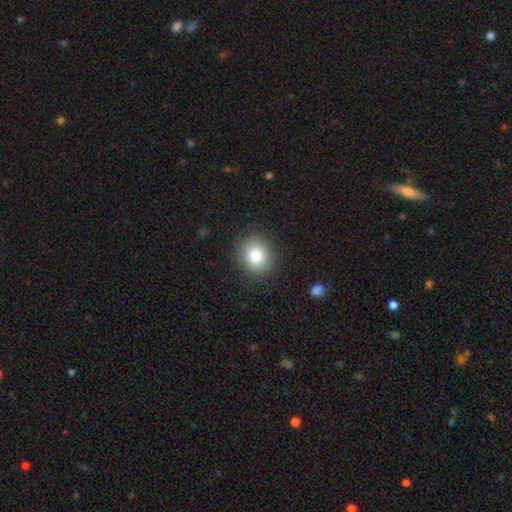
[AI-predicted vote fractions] This is clearly a smooth galaxy (83%). How rounded: likely round (68%). Merging: clearly none (87%).